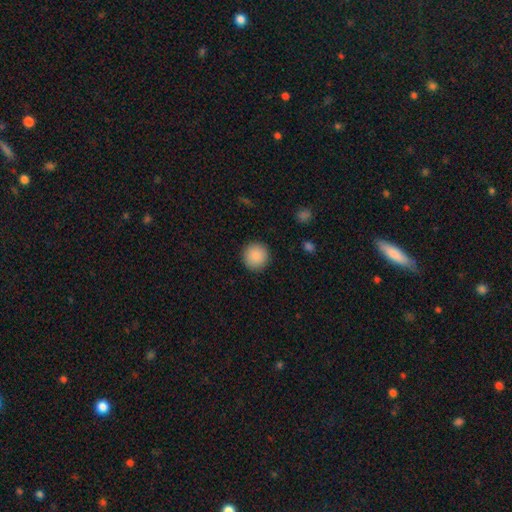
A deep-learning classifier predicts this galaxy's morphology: Smooth or featured: smooth — 88% (star or artifact — 8%)
How rounded: round — 94% (in between — 5%)
Merging: none — 92% (minor disturbance — 5%)